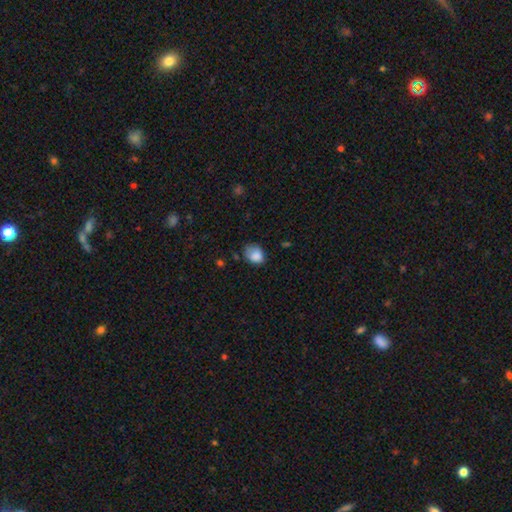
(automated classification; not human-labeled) Q: Smooth or featured?
A: smooth (82%); runner-up: star or artifact (9%)
Q: How rounded?
A: in between (61%); runner-up: round (38%)
Q: Merging?
A: none (48%); runner-up: minor disturbance (36%)